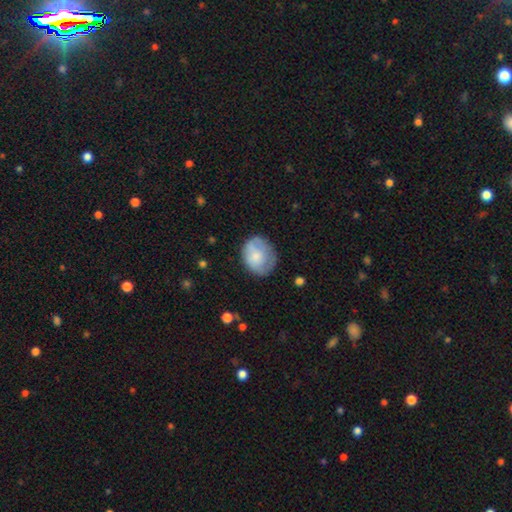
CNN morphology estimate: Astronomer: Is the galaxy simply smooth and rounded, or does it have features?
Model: smooth — 68%.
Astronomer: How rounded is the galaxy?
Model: round — 57% (runner-up: in between, 42%).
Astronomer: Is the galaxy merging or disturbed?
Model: none — 65%.